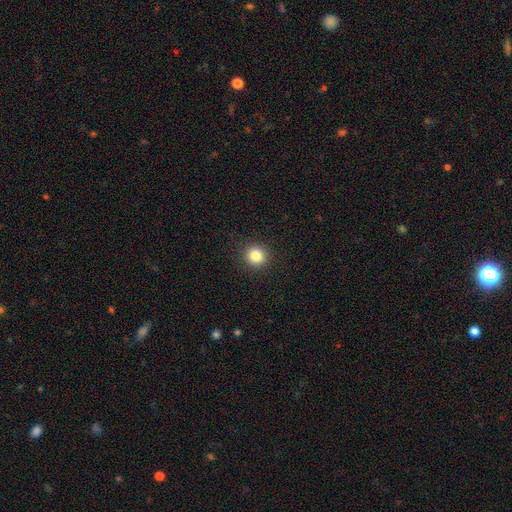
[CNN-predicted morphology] type=smooth (84%); roundness=round (93%); merging=none (92%).